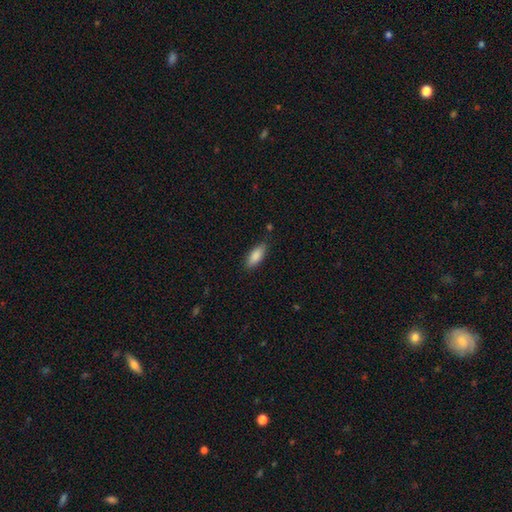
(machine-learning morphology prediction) Smooth or featured: smooth — 86% (featured or disk — 8%)
How rounded: in between — 77% (cigar-shaped — 21%)
Merging: none — 83% (minor disturbance — 13%)